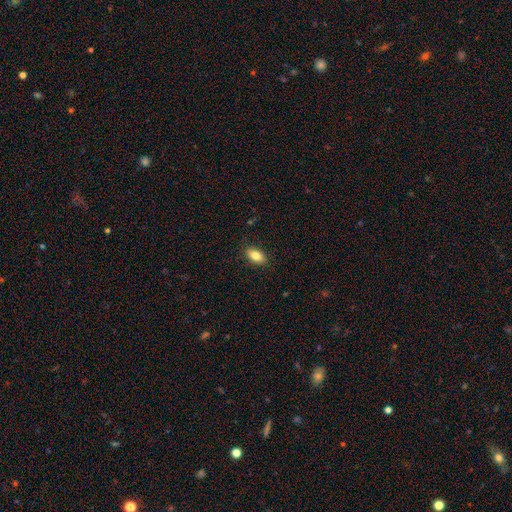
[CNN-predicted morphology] type=smooth (84%); roundness=in between (91%); merging=none (88%).